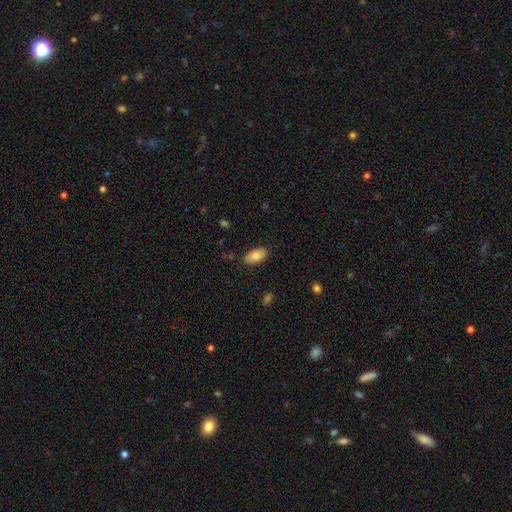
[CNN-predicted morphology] smooth-or-featured: smooth: 79% | featured or disk: 14% | star or artifact: 7%
  how-rounded: in between: 93% | cigar-shaped: 4% | round: 3%
  merging: none: 86% | minor disturbance: 11% | major disturbance: 2% | merger: 1%